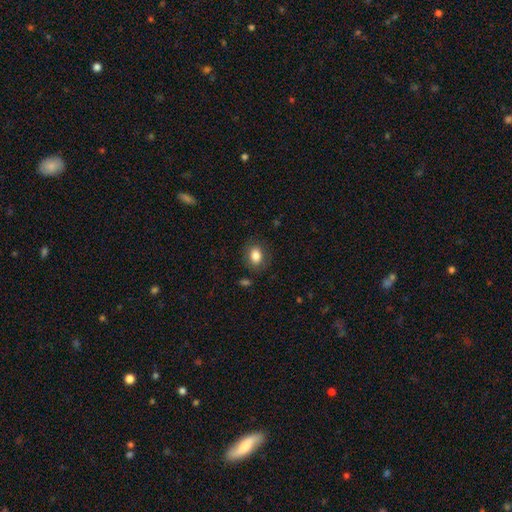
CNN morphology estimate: A smooth galaxy with no disk features (83%) that is in between round and cigar-shaped (64%). Merging: none (82%).